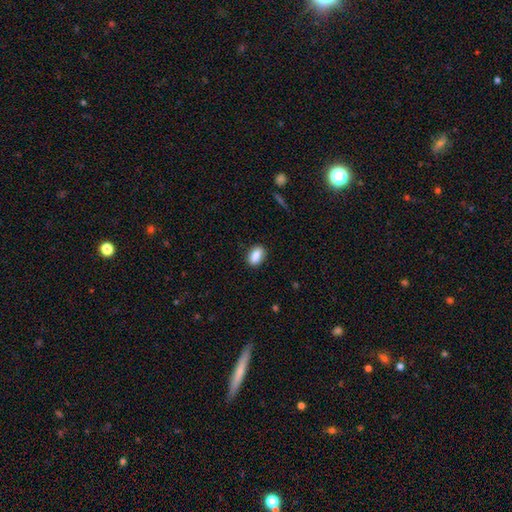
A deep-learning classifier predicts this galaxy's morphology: This appears to be a smooth galaxy with no disk features (87%) that is in between round and cigar-shaped (87%). Merging: none (87%).